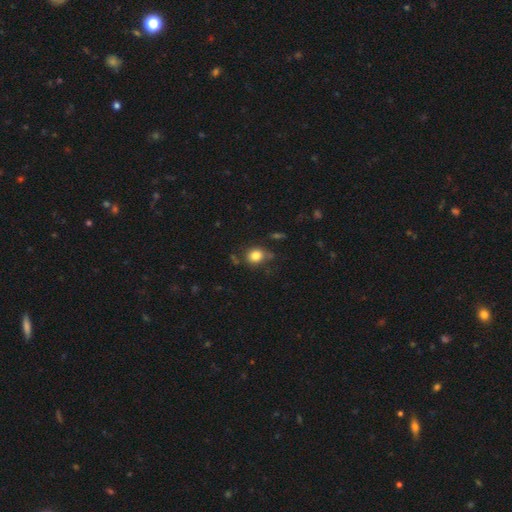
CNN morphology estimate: This appears to be a smooth galaxy with no disk features (82%) that is round (72%). Merging: none (70%).